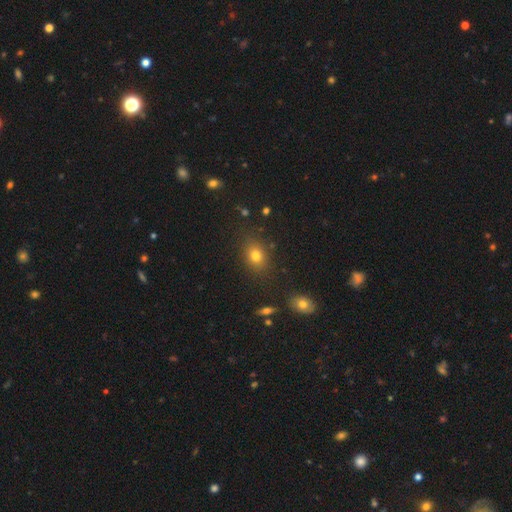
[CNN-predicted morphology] Smooth or featured?
  - smooth: 77% *
  - star or artifact: 14%
  - featured or disk: 9%
How rounded?
  - in between: 55% *
  - round: 43%
  - cigar-shaped: 2%
Merging?
  - none: 82% *
  - minor disturbance: 11%
  - major disturbance: 4%
  - merger: 3%